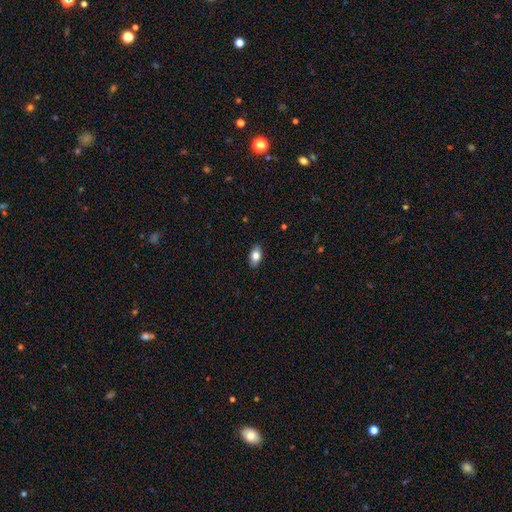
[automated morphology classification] This appears to be a smooth galaxy with no disk features (81%) that is in between round and cigar-shaped (90%). Merging: none (88%).